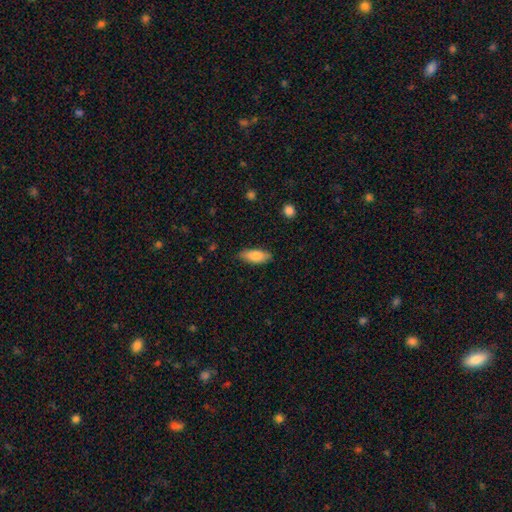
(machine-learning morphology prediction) smooth 83%, featured or disk 11%, star or artifact 6%. Down the decision tree: how rounded — in between (80%); merging — none (82%).